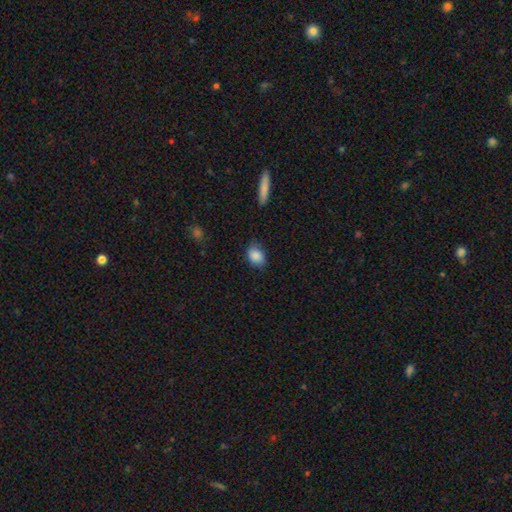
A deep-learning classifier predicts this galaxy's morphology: Smooth or featured? smooth (86%)
How rounded? in between (68%)
Merging? none (68%)